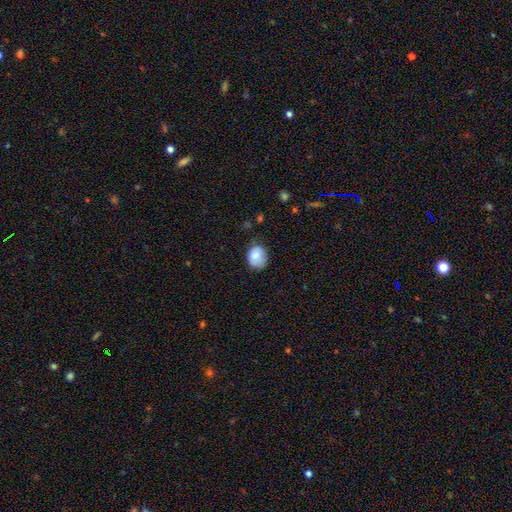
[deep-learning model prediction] A smooth galaxy with no disk features (81%) that is round (52%). Merging: none (60%).